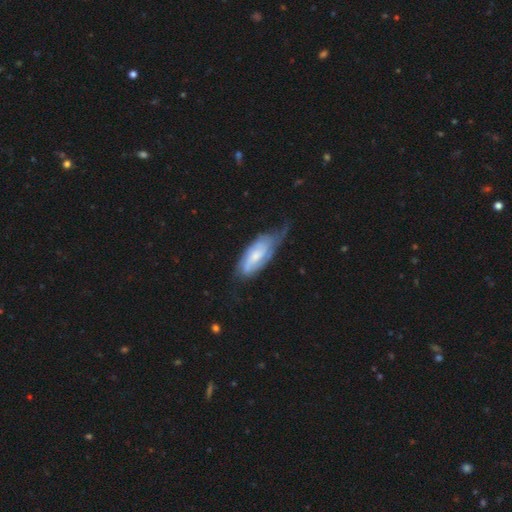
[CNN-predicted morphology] smooth_or_featured: featured or disk (p=0.68) [alt: smooth p=0.26]
disk_edge_on: no (p=0.90) [alt: yes p=0.10]
bar: no (p=0.48) [alt: weak p=0.41]
has_spiral_arms: yes (p=0.90) [alt: no p=0.10]
spiral_winding: tight (p=0.44) [alt: medium p=0.38]
spiral_arm_count: 2 (p=0.53) [alt: can't tell p=0.29]
bulge_size: small (p=0.46) [alt: moderate p=0.40]
merging: none (p=0.40) [alt: minor disturbance p=0.34]